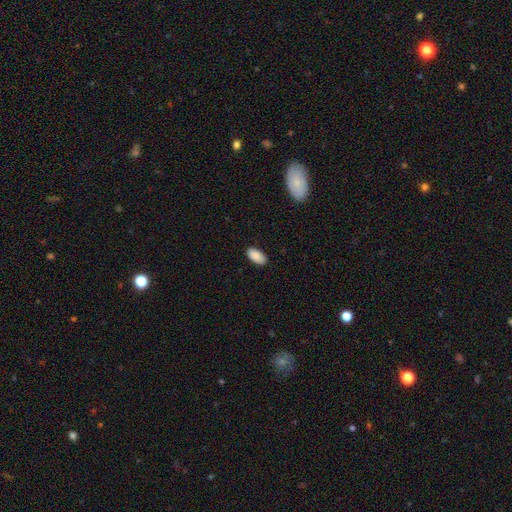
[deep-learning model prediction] A smooth galaxy with no disk features (89%) that is in between round and cigar-shaped (95%).

Vote fractions:
- Smooth or featured? smooth: 89% / star or artifact: 6% / featured or disk: 4%
- How rounded? in between: 95% / cigar-shaped: 3% / round: 2%
- Merging? none: 87% / minor disturbance: 10% / major disturbance: 2% / merger: 1%